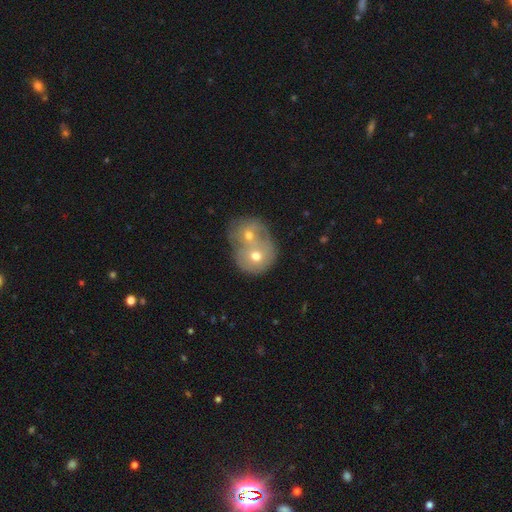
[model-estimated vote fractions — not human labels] Overall: smooth (53%; featured or disk 37%). How rounded: round (75%). Merging: merger (76%).